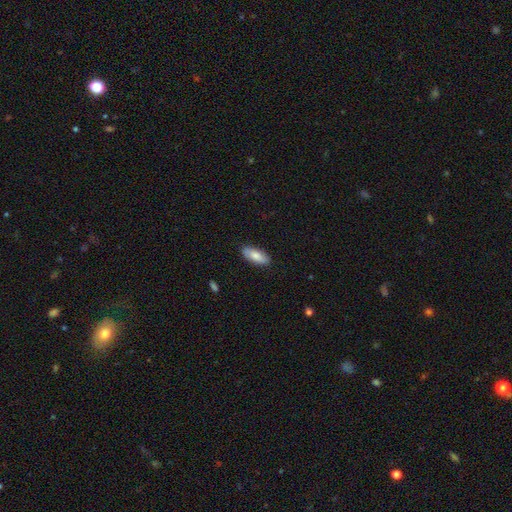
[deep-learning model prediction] Overall: smooth (80%). How rounded: in between (82%). Merging: none (86%).